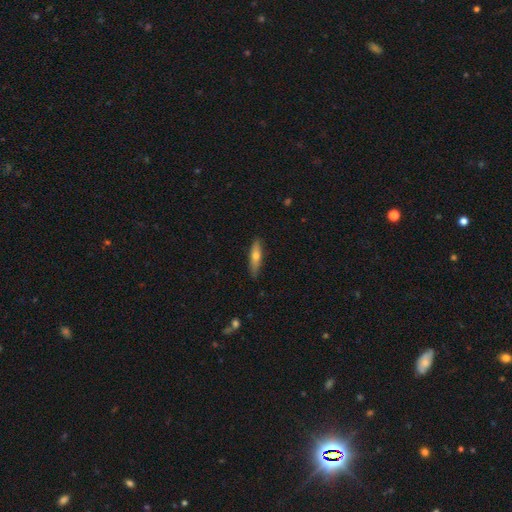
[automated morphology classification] smooth_or_featured: smooth (p=0.62) [alt: featured or disk p=0.32]
how_rounded: cigar-shaped (p=0.70) [alt: in between p=0.27]
merging: none (p=0.85) [alt: minor disturbance p=0.12]